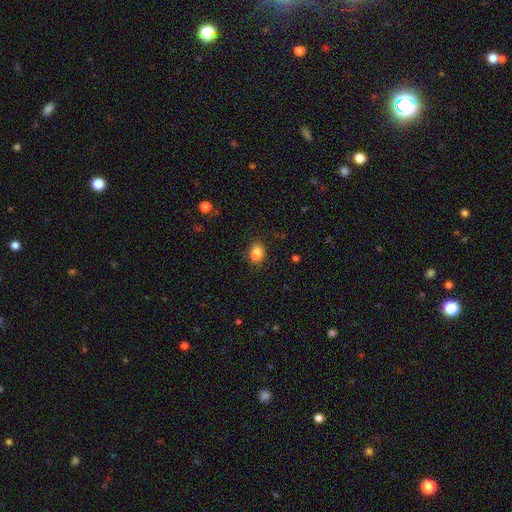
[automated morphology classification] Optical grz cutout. It shows a smooth galaxy with no disk features (86%) that is in between round and cigar-shaped (72%). Merging: none (81%).